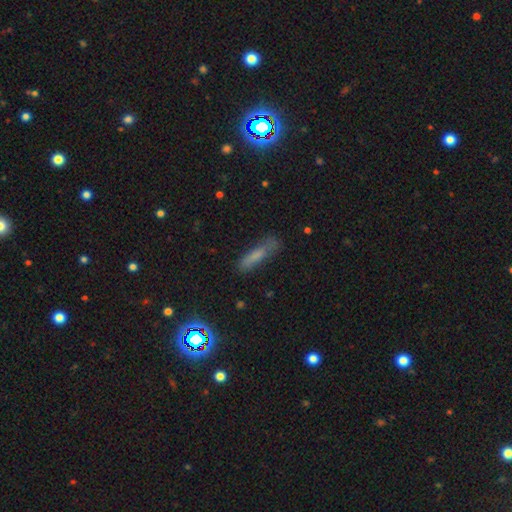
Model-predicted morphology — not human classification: Smooth or featured?
  - smooth: 65% *
  - featured or disk: 20%
  - star or artifact: 15%
How rounded?
  - cigar-shaped: 76% *
  - in between: 22%
  - round: 2%
Merging?
  - none: 68% *
  - minor disturbance: 22%
  - major disturbance: 7%
  - merger: 3%